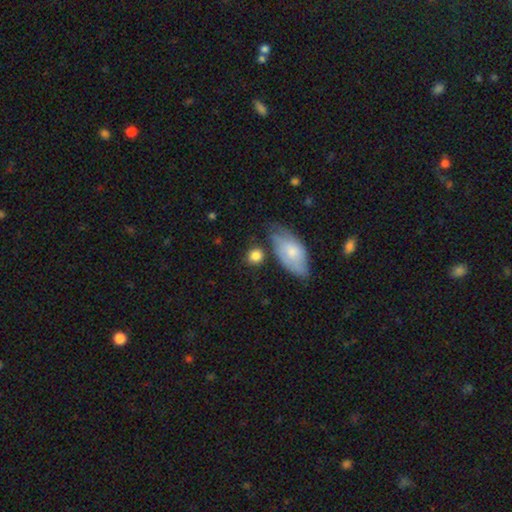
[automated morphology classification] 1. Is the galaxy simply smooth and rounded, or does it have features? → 83% smooth, 10% featured or disk, 7% star or artifact.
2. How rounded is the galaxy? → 73% round, 24% in between, 3% cigar-shaped.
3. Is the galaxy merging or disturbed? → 69% none, 16% minor disturbance, 9% merger, 6% major disturbance.